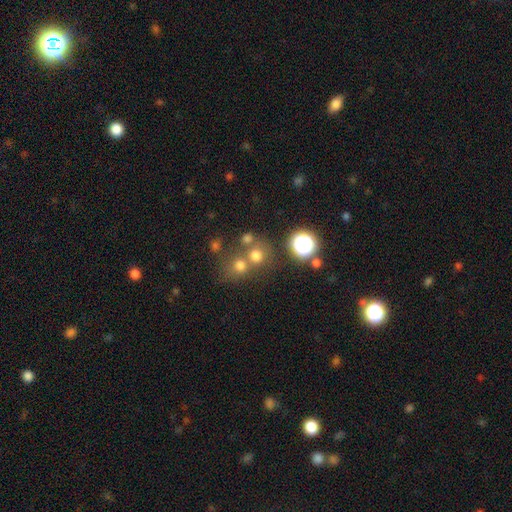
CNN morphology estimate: Smooth or featured: smooth — 67% (star or artifact — 23%)
How rounded: round — 87% (in between — 12%)
Merging: none — 57% (merger — 31%)